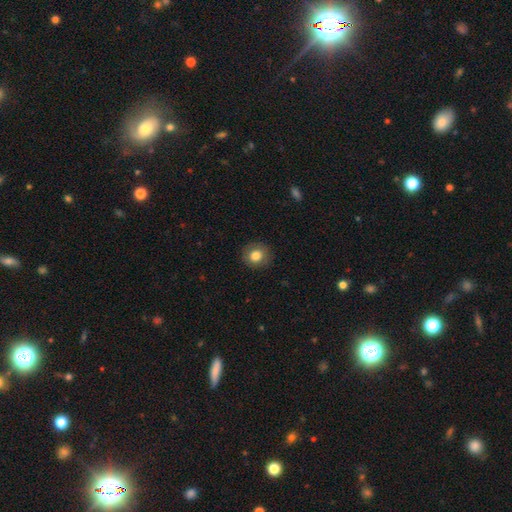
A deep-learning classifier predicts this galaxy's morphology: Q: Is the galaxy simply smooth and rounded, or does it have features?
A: smooth — 81%.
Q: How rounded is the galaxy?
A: round — 83%.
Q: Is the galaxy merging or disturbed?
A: none — 89%.